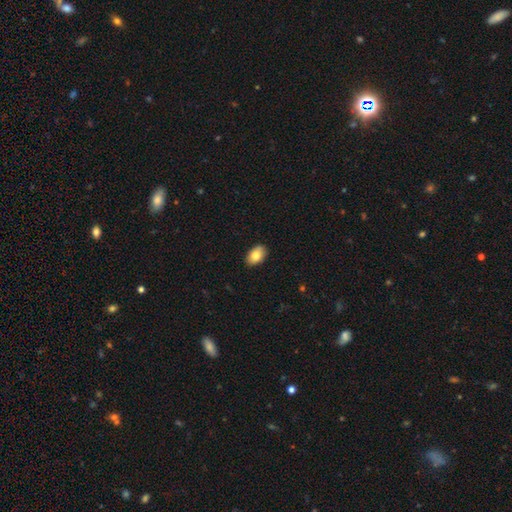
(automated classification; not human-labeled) Smooth or featured: smooth — 82% (featured or disk — 11%)
How rounded: in between — 91% (round — 8%)
Merging: none — 89% (minor disturbance — 9%)